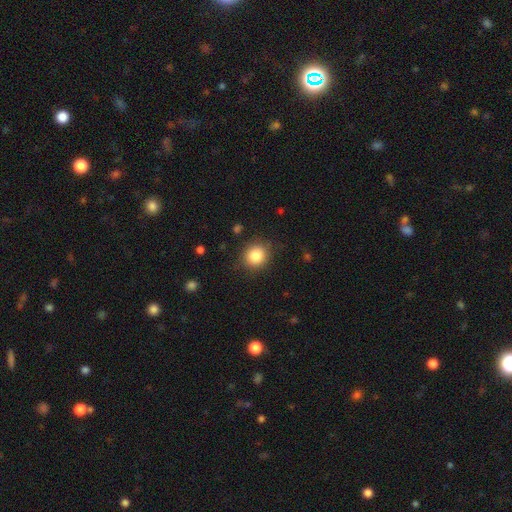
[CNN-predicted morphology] smooth 84%, star or artifact 10%, featured or disk 6%. Down the decision tree: how rounded — round (85%); merging — none (87%).